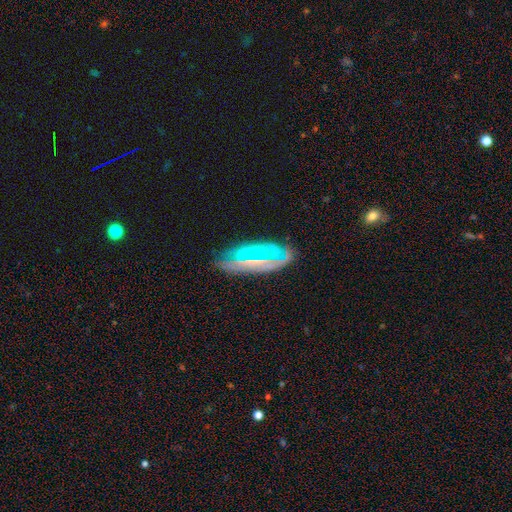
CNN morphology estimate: smooth_or_featured: featured or disk (p=0.70) [alt: smooth p=0.21]
disk_edge_on: no (p=0.83) [alt: yes p=0.17]
bar: weak (p=0.38) [alt: no p=0.34]
has_spiral_arms: yes (p=0.72) [alt: no p=0.28]
bulge_size: small (p=0.48) [alt: moderate p=0.28]
merging: none (p=0.67) [alt: minor disturbance p=0.21]